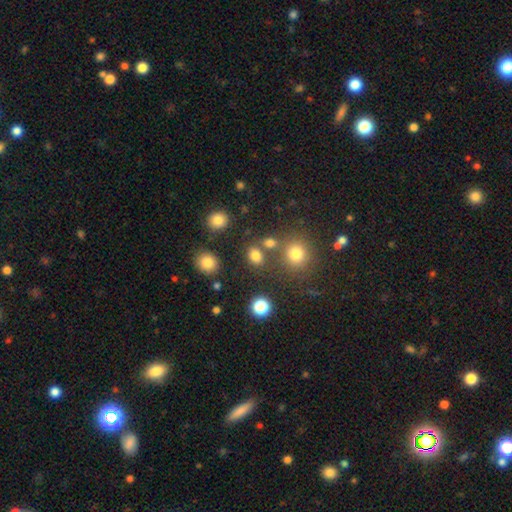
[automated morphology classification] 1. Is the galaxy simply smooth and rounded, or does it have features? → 76% smooth, 17% star or artifact, 7% featured or disk.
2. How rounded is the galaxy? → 56% in between, 42% round, 2% cigar-shaped.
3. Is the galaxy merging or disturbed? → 70% none, 15% merger, 11% minor disturbance, 4% major disturbance.